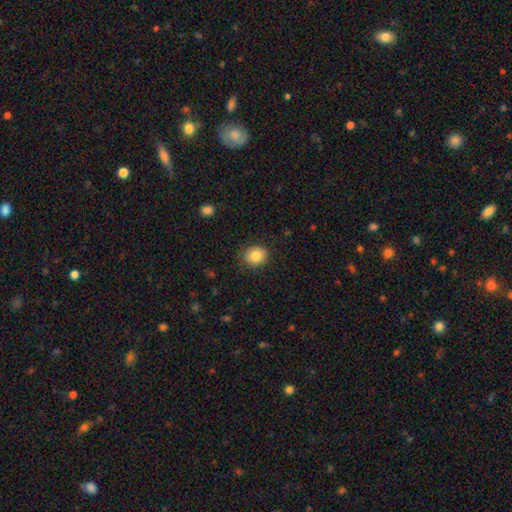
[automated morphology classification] This is clearly a smooth galaxy (84%). How rounded: likely round (75%). Merging: clearly none (85%).